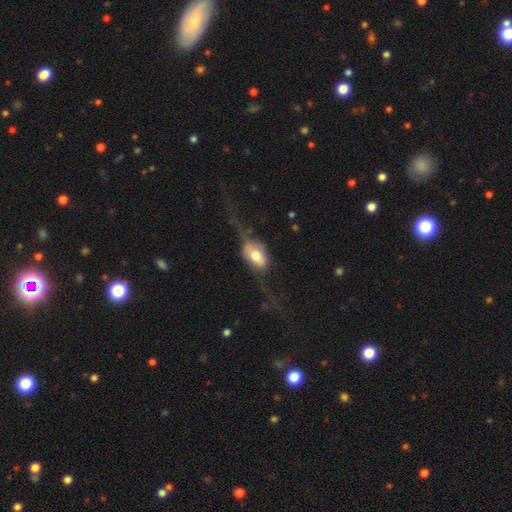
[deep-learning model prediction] Smooth or featured: smooth — 47% (featured or disk — 46%)
Merging: major disturbance — 49% (none — 28%)